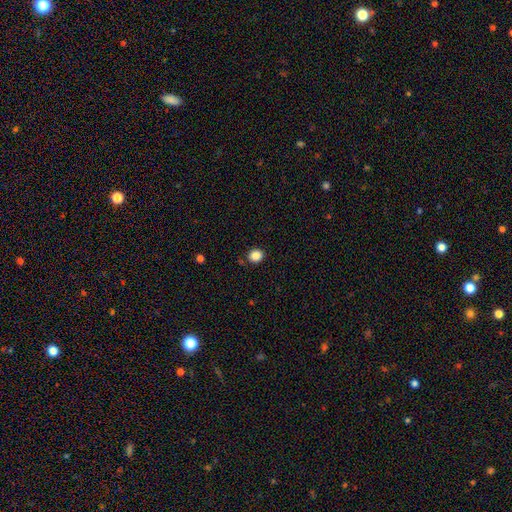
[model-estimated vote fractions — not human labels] A smooth galaxy with no disk features (86%) that is round (81%). Merging: none (88%).